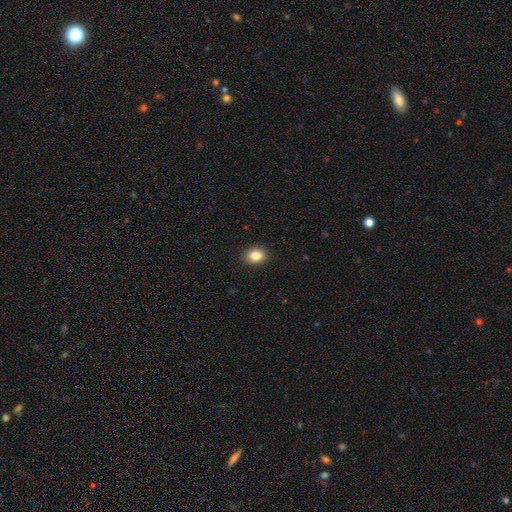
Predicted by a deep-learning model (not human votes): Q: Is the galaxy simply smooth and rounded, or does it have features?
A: smooth — 85%.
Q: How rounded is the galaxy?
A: in between — 61%.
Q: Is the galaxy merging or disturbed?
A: none — 91%.